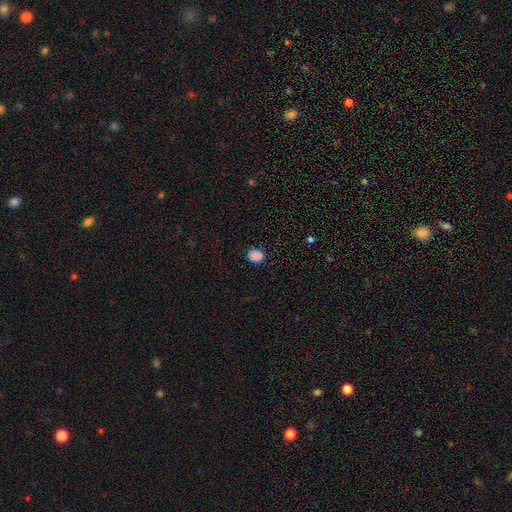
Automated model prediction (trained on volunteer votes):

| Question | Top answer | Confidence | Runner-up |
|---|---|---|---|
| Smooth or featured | smooth | 87% | star or artifact (10%) |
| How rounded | round | 71% | in between (28%) |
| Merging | none | 90% | minor disturbance (7%) |